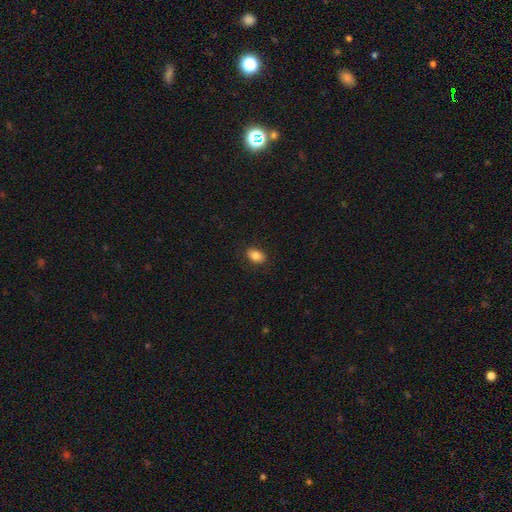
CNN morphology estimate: Q: Smooth or featured?
A: smooth (81%); runner-up: featured or disk (10%)
Q: How rounded?
A: in between (82%); runner-up: round (16%)
Q: Merging?
A: none (86%); runner-up: minor disturbance (11%)